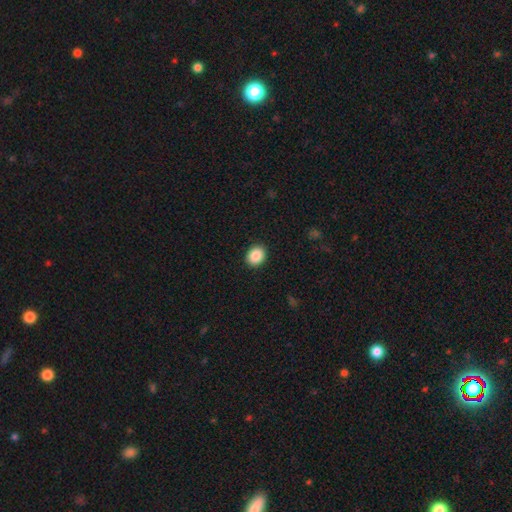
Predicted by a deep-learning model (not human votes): Q: Smooth or featured?
A: smooth (88%); runner-up: star or artifact (8%)
Q: How rounded?
A: round (52%); runner-up: in between (47%)
Q: Merging?
A: none (91%); runner-up: minor disturbance (6%)